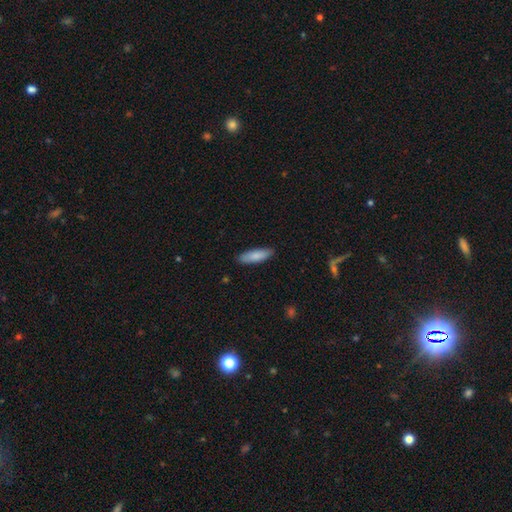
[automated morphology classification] smooth-or-featured: smooth: 85% | featured or disk: 9% | star or artifact: 6%
  how-rounded: cigar-shaped: 50% | in between: 48% | round: 2%
  merging: none: 88% | minor disturbance: 9% | major disturbance: 2% | merger: 1%